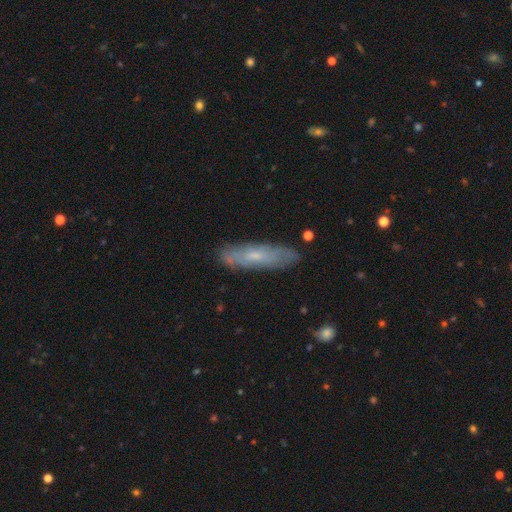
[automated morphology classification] smooth 49%, featured or disk 45%, star or artifact 7%. Down the decision tree: merging — none (81%).